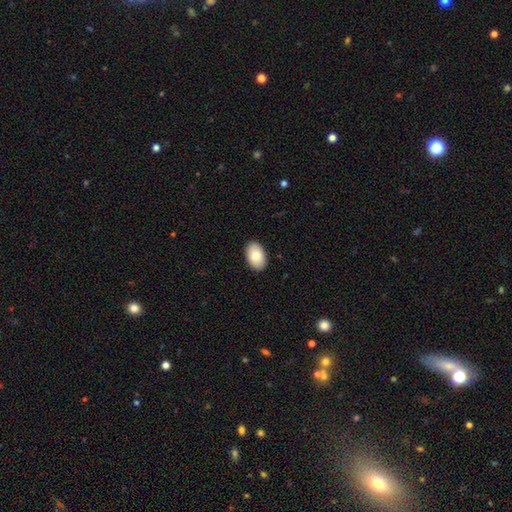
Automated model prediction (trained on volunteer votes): Q: Smooth or featured?
A: smooth (82%); runner-up: featured or disk (11%)
Q: How rounded?
A: in between (91%); runner-up: round (8%)
Q: Merging?
A: none (90%); runner-up: minor disturbance (7%)